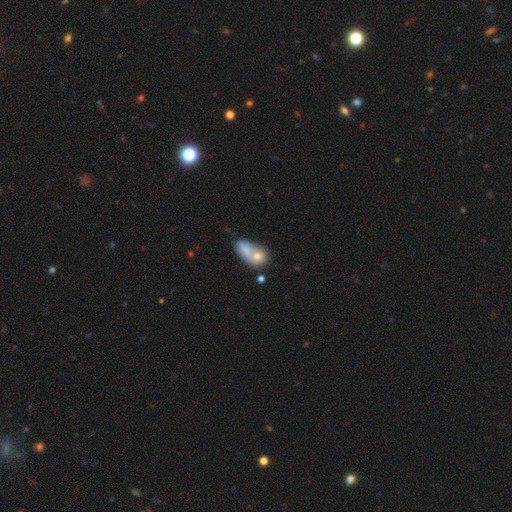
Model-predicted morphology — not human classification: smooth_or_featured: smooth (p=0.71) [alt: featured or disk p=0.20]
how_rounded: in between (p=0.71) [alt: round p=0.25]
merging: merger (p=0.61) [alt: none p=0.22]